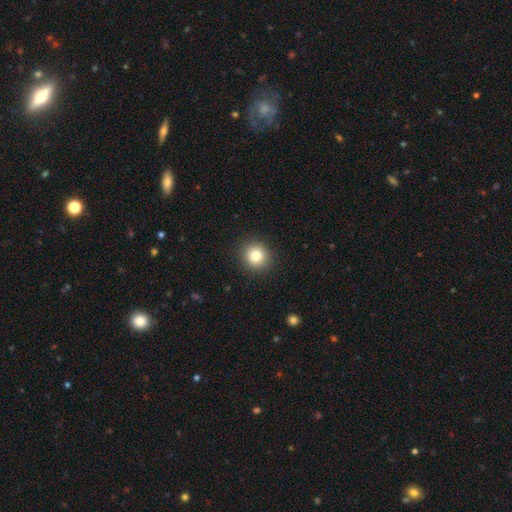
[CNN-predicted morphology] smooth_or_featured: smooth (p=0.81) [alt: star or artifact p=0.11]
how_rounded: round (p=0.90) [alt: in between p=0.09]
merging: none (p=0.92) [alt: minor disturbance p=0.05]